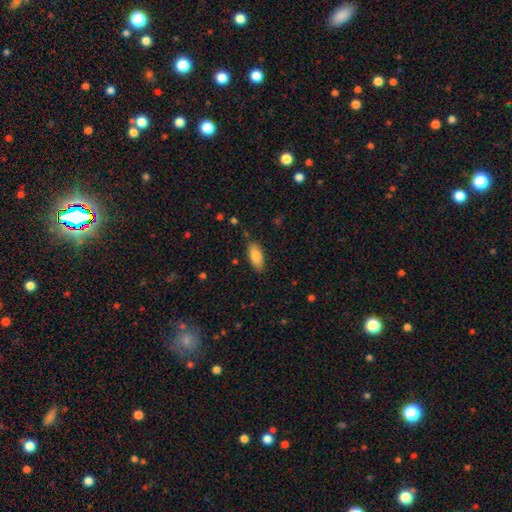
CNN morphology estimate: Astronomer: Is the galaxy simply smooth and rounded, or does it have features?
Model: smooth — 83%.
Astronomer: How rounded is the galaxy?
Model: in between — 83%.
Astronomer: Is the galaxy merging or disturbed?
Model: none — 84%.